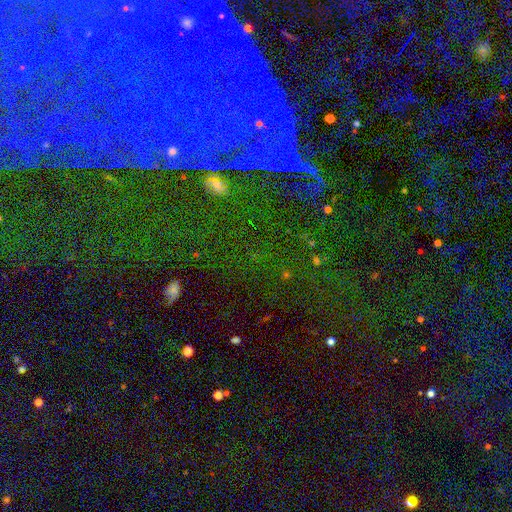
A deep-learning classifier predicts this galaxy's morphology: A star or artifact, not a galaxy (69%).